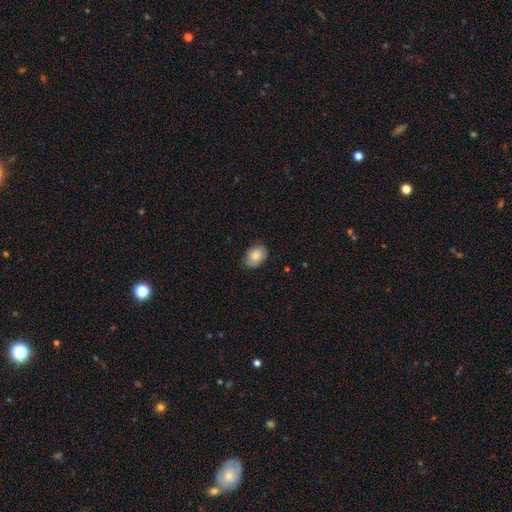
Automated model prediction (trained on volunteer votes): Q: Smooth or featured?
A: smooth (81%); runner-up: featured or disk (11%)
Q: How rounded?
A: in between (75%); runner-up: round (24%)
Q: Merging?
A: none (76%); runner-up: minor disturbance (20%)